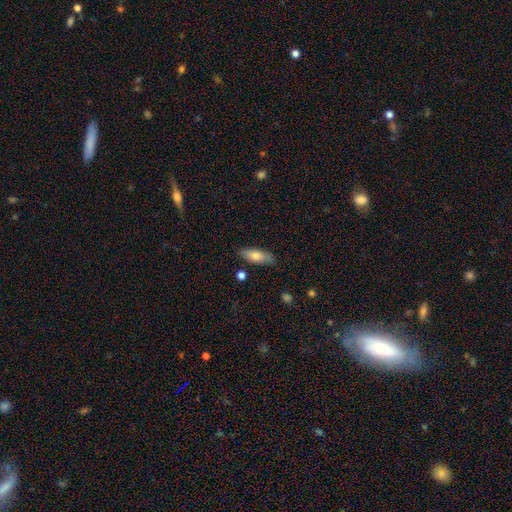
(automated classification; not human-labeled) This is likely a smooth galaxy (72%). How rounded: likely in between (65%). Merging: clearly none (82%).